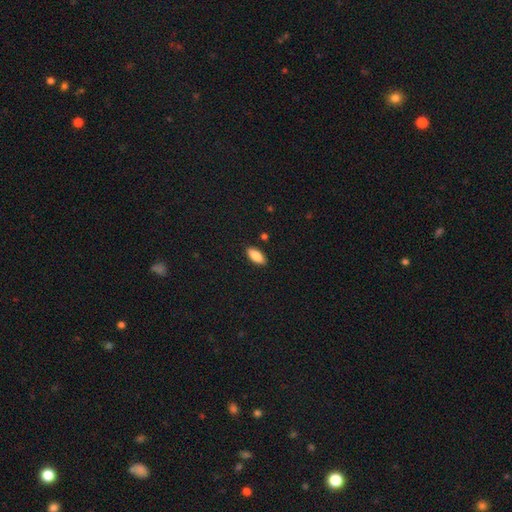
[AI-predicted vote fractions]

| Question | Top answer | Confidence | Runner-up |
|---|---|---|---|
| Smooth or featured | smooth | 85% | featured or disk (9%) |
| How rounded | in between | 86% | cigar-shaped (12%) |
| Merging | none | 88% | minor disturbance (9%) |